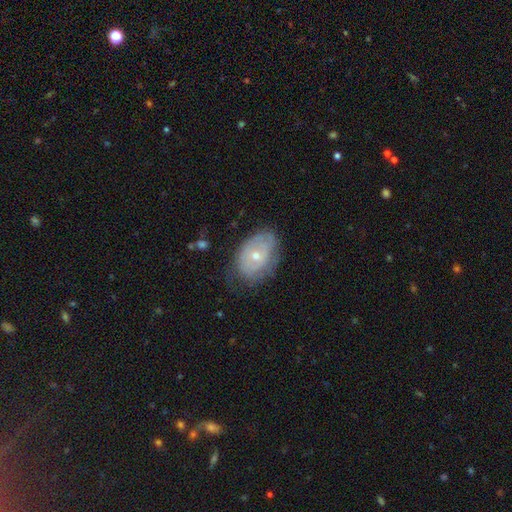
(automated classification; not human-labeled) The model was most divided on "spiral arms": yes: 54%, no: 46%. More confident: edge-on disk — no (93%); bar — no (84%); merging — none (65%); bulge size — small (54%); smooth or featured — featured or disk (54%).